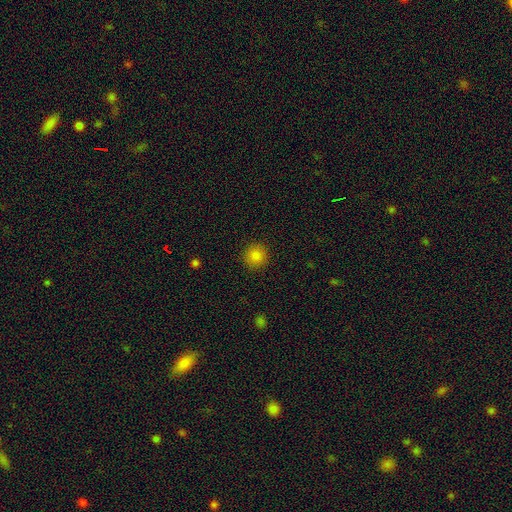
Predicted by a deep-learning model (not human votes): Morphology: type=smooth (84%); roundness=round (93%); merging=none (91%).